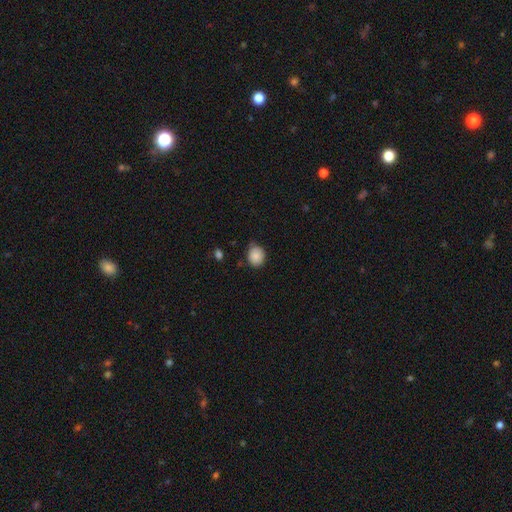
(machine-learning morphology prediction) This appears to be a smooth galaxy with no disk features (86%) that is round (67%). Merging: none (71%).